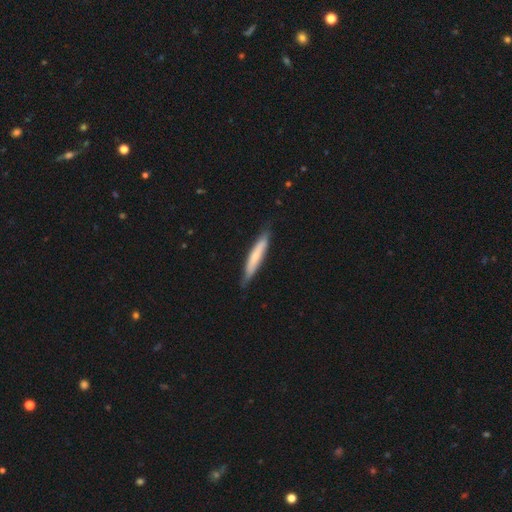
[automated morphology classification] smooth-or-featured: smooth: 65% | featured or disk: 30% | star or artifact: 5%
  how-rounded: cigar-shaped: 92% | in between: 7% | round: 1%
  merging: none: 77% | minor disturbance: 19% | major disturbance: 3% | merger: 1%